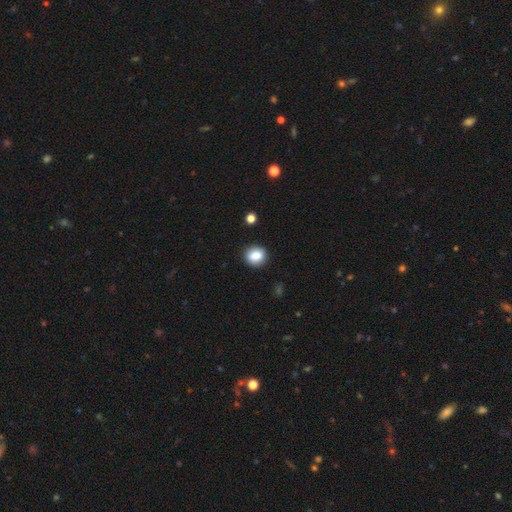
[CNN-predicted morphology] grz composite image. It shows a smooth galaxy with no disk features (83%) that is round (67%). Merging: none (87%).